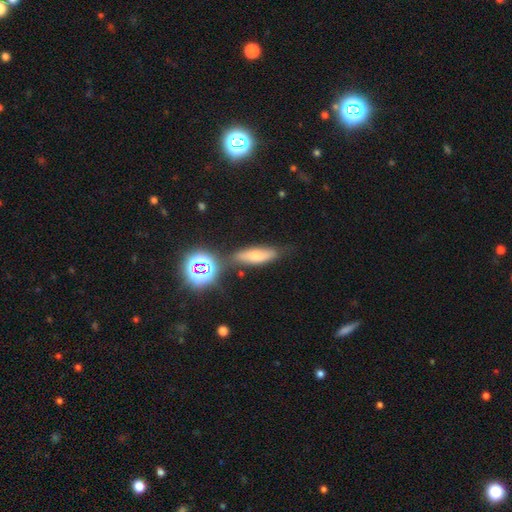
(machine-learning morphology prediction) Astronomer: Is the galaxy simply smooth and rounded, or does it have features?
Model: smooth — 61%.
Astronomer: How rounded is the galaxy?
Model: in between — 51% (runner-up: cigar-shaped, 44%).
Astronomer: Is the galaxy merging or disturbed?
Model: none — 67%.